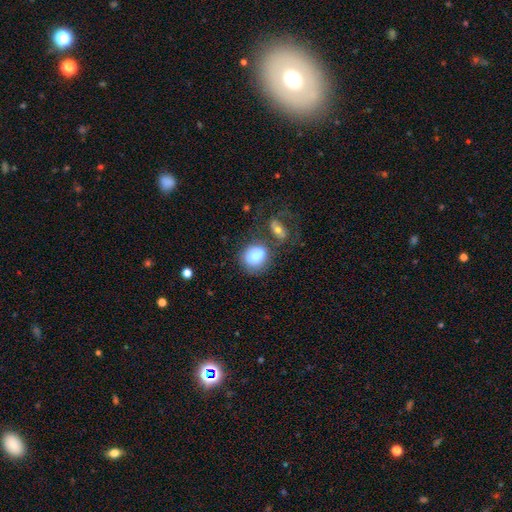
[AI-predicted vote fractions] Smooth or featured?
  - smooth: 80% *
  - featured or disk: 13%
  - star or artifact: 7%
How rounded?
  - round: 66% *
  - in between: 33%
  - cigar-shaped: 1%
Merging?
  - none: 44% *
  - merger: 28%
  - minor disturbance: 17%
  - major disturbance: 11%